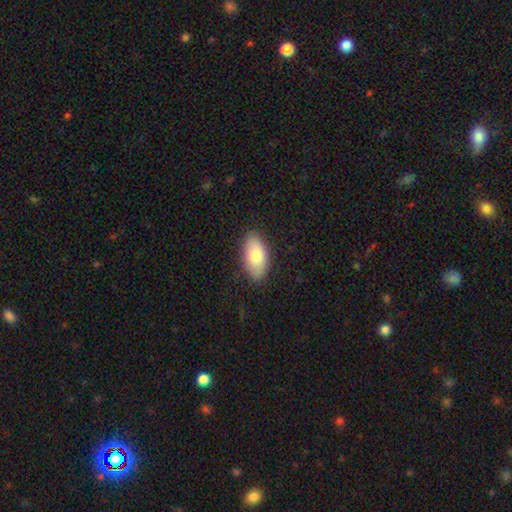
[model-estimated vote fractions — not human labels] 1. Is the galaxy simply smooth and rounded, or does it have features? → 80% smooth, 14% featured or disk, 6% star or artifact.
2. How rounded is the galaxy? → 94% in between, 3% round, 3% cigar-shaped.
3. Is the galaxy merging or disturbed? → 85% none, 11% minor disturbance, 2% major disturbance, 1% merger.